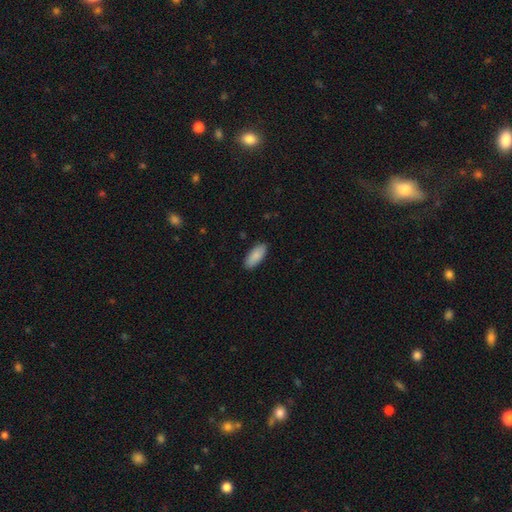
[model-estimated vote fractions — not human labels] The model was most divided on "how rounded": in between: 87%, cigar-shaped: 12%, round: 2%. More confident: merging — none (89%); smooth or featured — smooth (88%).